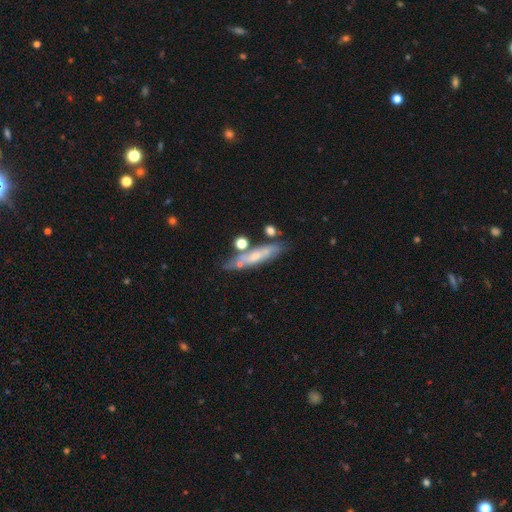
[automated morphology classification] A featured or disk galaxy (47%). Merging: none (60%).